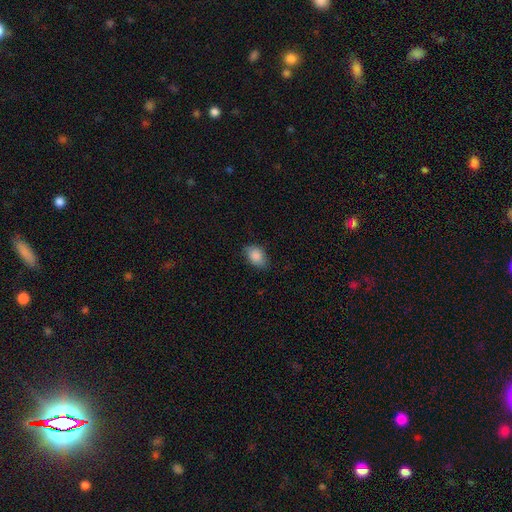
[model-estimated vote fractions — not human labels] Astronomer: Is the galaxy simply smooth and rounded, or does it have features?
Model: smooth — 88%.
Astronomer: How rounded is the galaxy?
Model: in between — 83%.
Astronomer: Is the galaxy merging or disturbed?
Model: none — 77%.